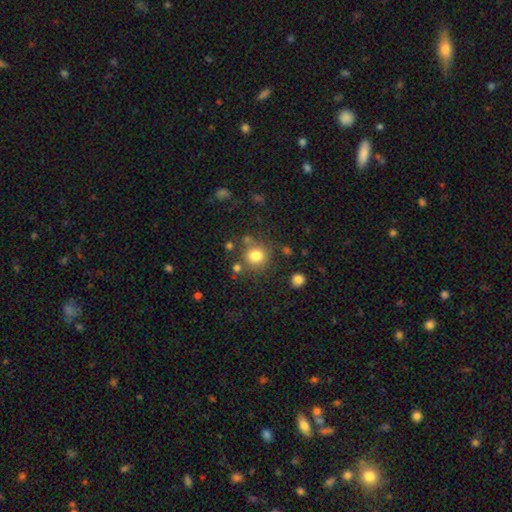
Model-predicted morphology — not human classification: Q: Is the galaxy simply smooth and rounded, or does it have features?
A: smooth — 79%.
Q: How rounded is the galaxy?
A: round — 88%.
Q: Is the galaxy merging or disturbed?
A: none — 76%.